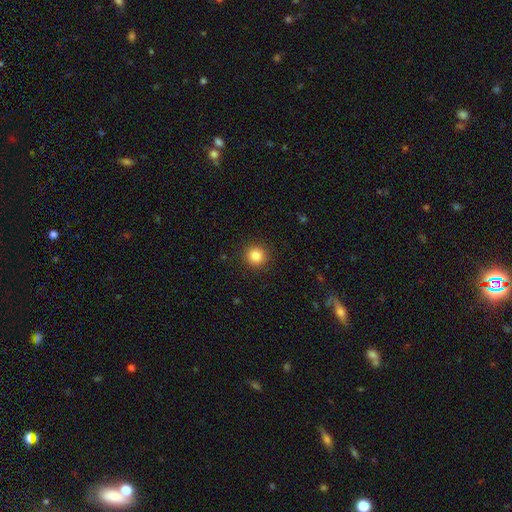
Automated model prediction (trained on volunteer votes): The model was most divided on "smooth or featured": smooth: 85%, star or artifact: 11%, featured or disk: 5%. More confident: how rounded — round (93%); merging — none (91%).